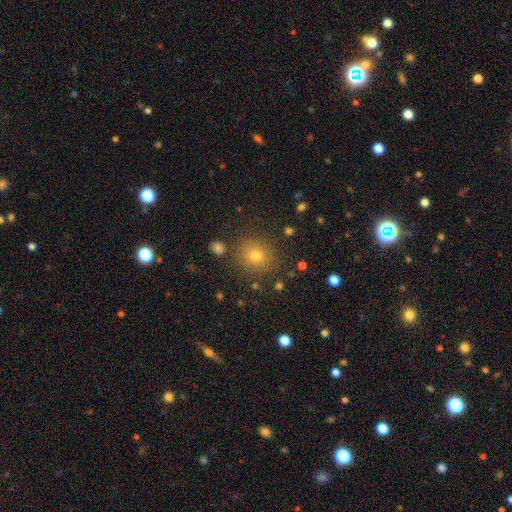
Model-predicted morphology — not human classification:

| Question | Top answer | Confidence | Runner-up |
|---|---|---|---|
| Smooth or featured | smooth | 72% | star or artifact (19%) |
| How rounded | round | 90% | in between (9%) |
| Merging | none | 87% | minor disturbance (8%) |